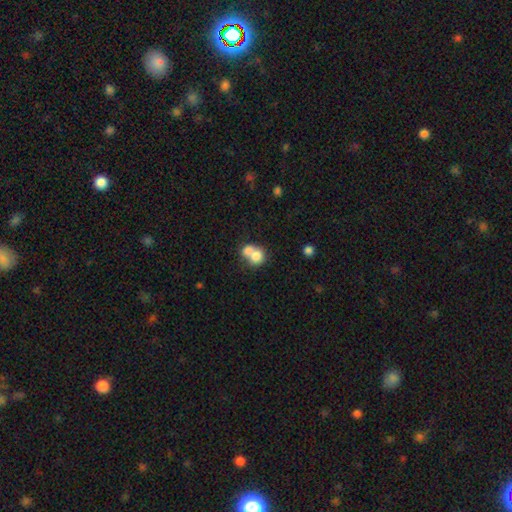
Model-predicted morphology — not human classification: Smooth or featured: smooth — 74% (featured or disk — 17%)
How rounded: round — 69% (in between — 30%)
Merging: merger — 66% (none — 25%)